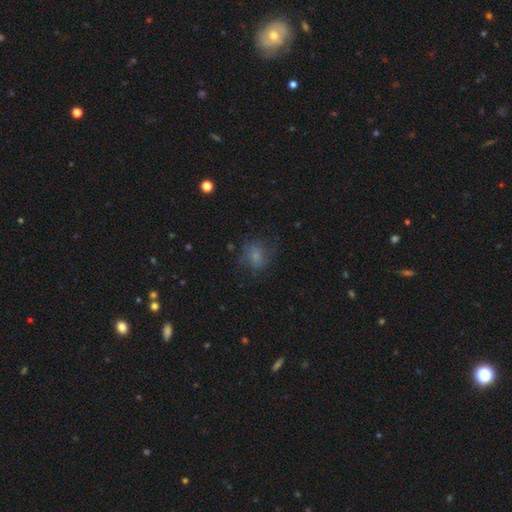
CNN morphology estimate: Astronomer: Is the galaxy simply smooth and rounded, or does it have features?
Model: smooth — 66%.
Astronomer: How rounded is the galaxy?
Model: round — 65%.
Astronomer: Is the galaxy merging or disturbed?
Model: none — 64%.